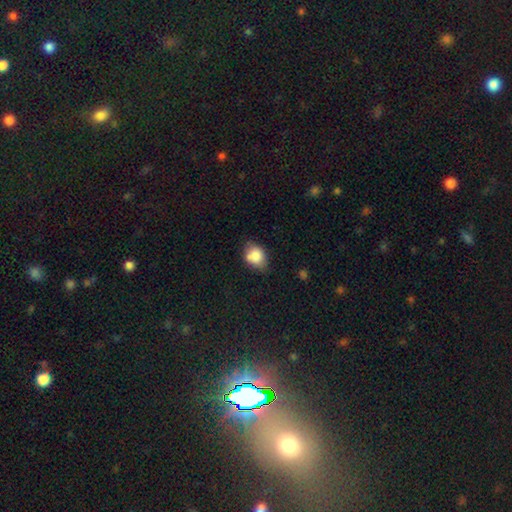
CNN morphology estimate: smooth 81%, featured or disk 10%, star or artifact 9%. Down the decision tree: how rounded — in between (62%); merging — none (57%).